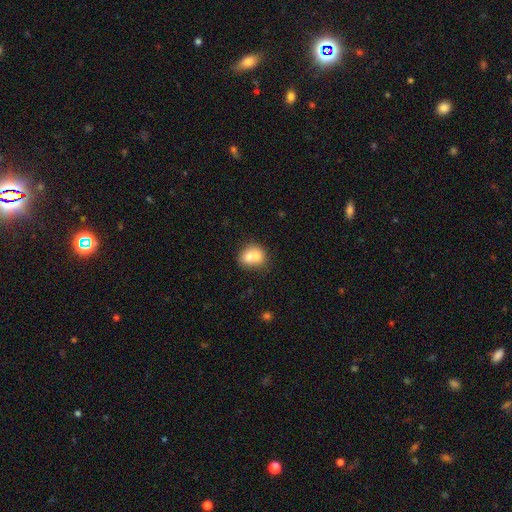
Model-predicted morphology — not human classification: Overall: smooth (69%). How rounded: round (58%; in between 41%). Merging: merger (65%; none 25%).